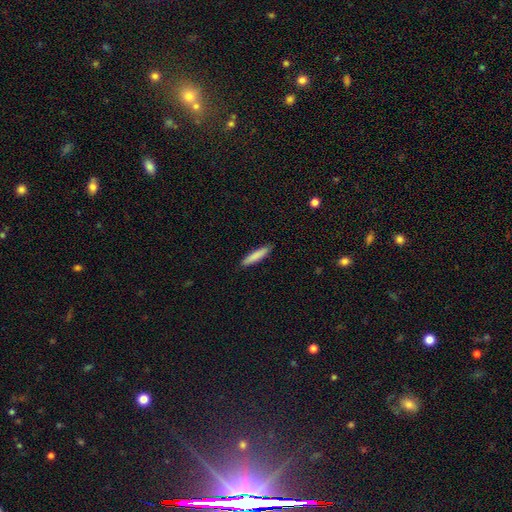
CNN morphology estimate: Smooth or featured: smooth — 84% (featured or disk — 10%)
How rounded: cigar-shaped — 88% (in between — 10%)
Merging: none — 90% (minor disturbance — 8%)